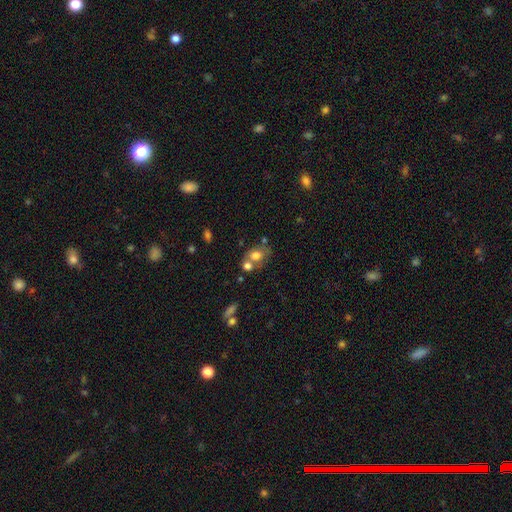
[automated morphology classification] type=smooth (70%); roundness=in between (65%); merging=none (43%).